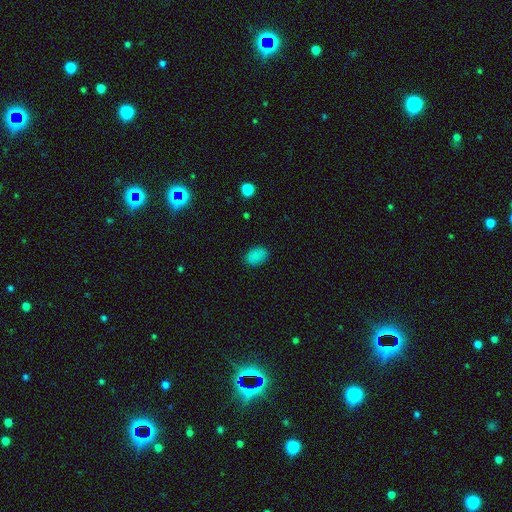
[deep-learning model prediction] Smooth or featured? Predicted: smooth (p=0.84). How rounded? Predicted: in between (p=0.85). Merging? Predicted: none (p=0.85).